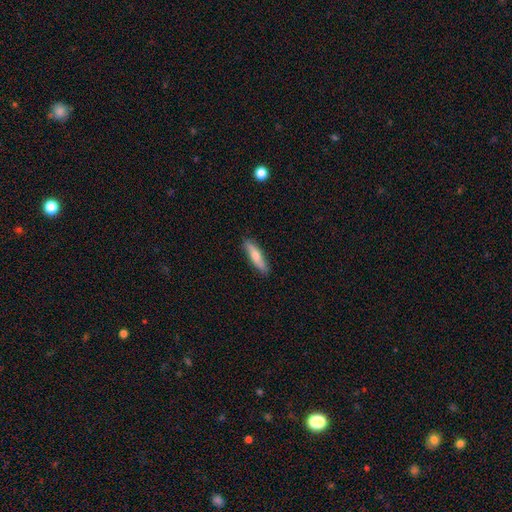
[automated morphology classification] Smooth or featured?
  - smooth: 67% *
  - featured or disk: 27%
  - star or artifact: 5%
How rounded?
  - cigar-shaped: 77% *
  - in between: 21%
  - round: 2%
Merging?
  - none: 87% *
  - minor disturbance: 10%
  - major disturbance: 2%
  - merger: 1%